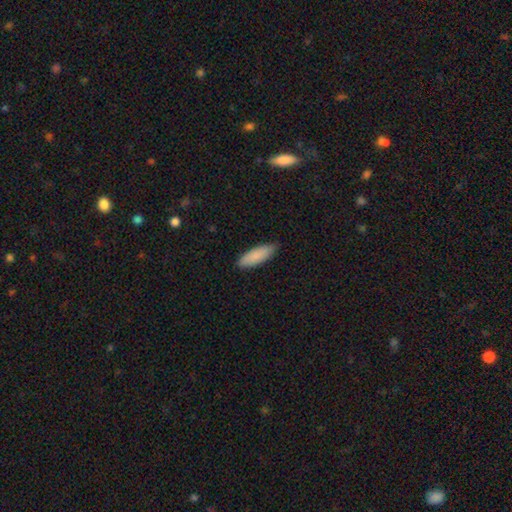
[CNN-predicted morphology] Smooth or featured?
  - smooth: 87% *
  - featured or disk: 7%
  - star or artifact: 5%
How rounded?
  - in between: 58% *
  - cigar-shaped: 41%
  - round: 2%
Merging?
  - none: 86% *
  - minor disturbance: 11%
  - major disturbance: 2%
  - merger: 1%